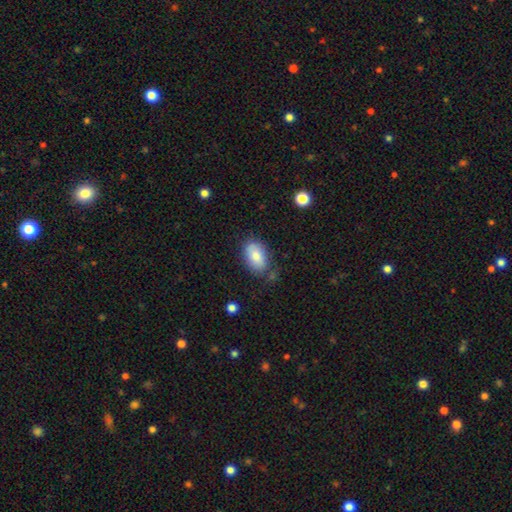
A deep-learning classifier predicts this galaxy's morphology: smooth_or_featured: smooth (p=0.81) [alt: featured or disk p=0.12]
how_rounded: in between (p=0.92) [alt: round p=0.07]
merging: none (p=0.69) [alt: minor disturbance p=0.21]